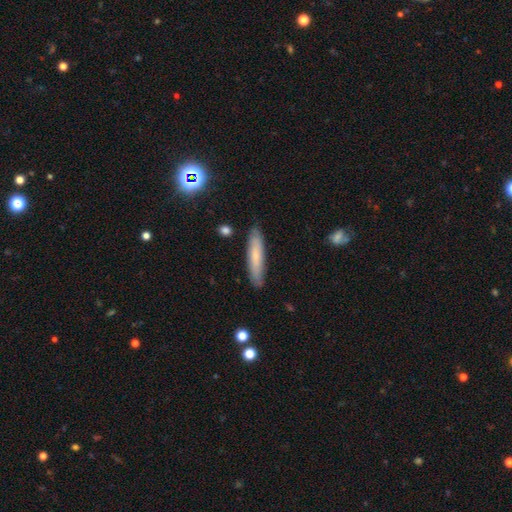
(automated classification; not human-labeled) Smooth or featured: smooth — 67% (featured or disk — 26%)
How rounded: cigar-shaped — 87% (in between — 11%)
Merging: none — 86% (minor disturbance — 11%)